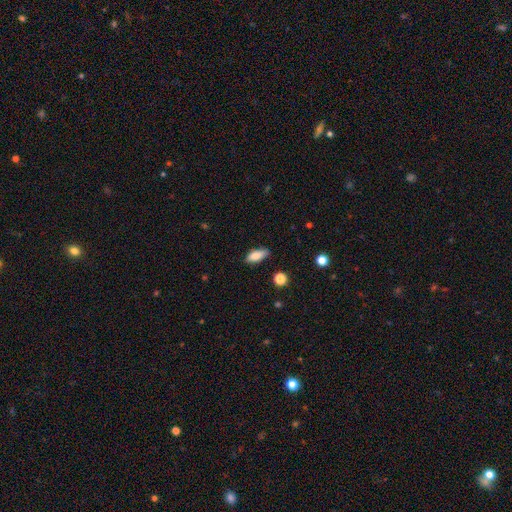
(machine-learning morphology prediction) smooth-or-featured: smooth: 83% | featured or disk: 9% | star or artifact: 8%
  how-rounded: in between: 79% | cigar-shaped: 18% | round: 3%
  merging: none: 77% | minor disturbance: 19% | major disturbance: 3% | merger: 2%